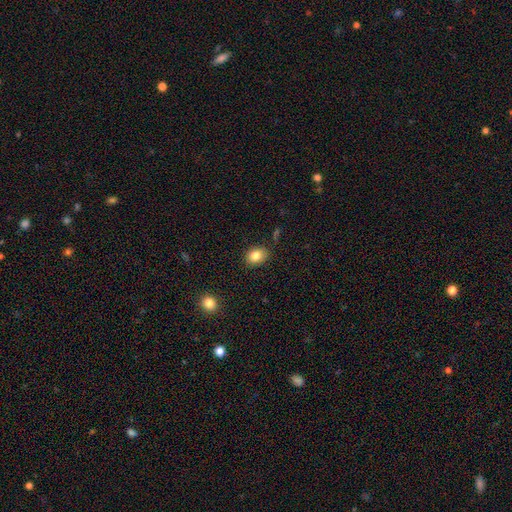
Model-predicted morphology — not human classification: Smooth or featured: smooth — 83% (star or artifact — 9%)
How rounded: in between — 59% (round — 40%)
Merging: none — 85% (minor disturbance — 11%)